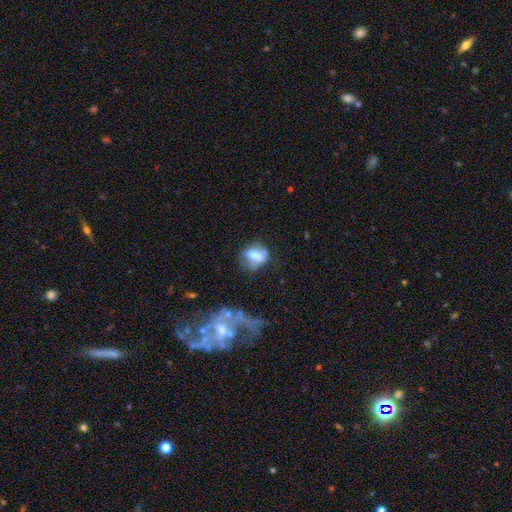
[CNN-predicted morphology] smooth_or_featured: smooth (p=0.62) [alt: featured or disk p=0.28]
how_rounded: in between (p=0.64) [alt: round p=0.30]
merging: none (p=0.49) [alt: minor disturbance p=0.28]